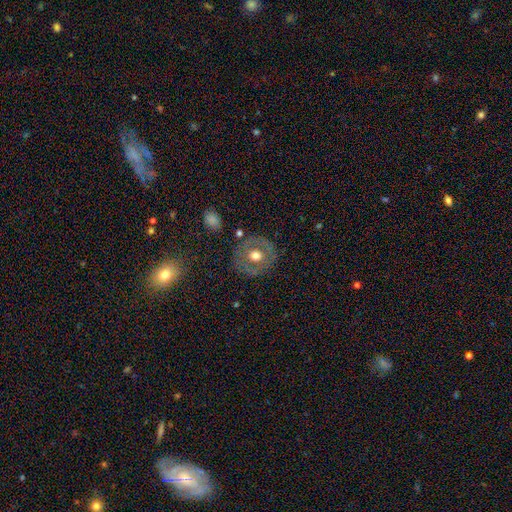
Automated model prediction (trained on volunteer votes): Smooth or featured?
  - smooth: 48% *
  - featured or disk: 44%
  - star or artifact: 8%
Merging?
  - none: 82% *
  - minor disturbance: 11%
  - major disturbance: 5%
  - merger: 2%